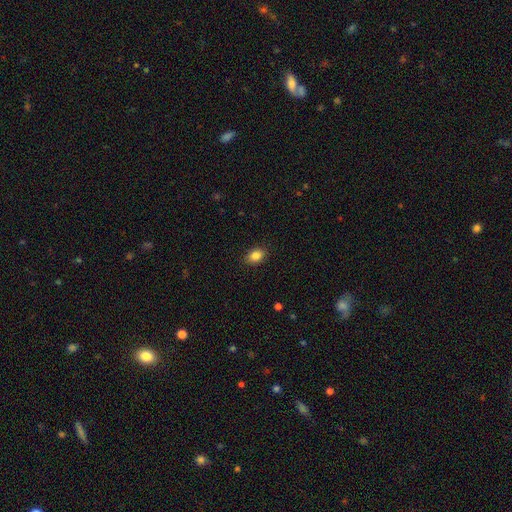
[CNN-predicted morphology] Smooth or featured?
  - smooth: 85% *
  - star or artifact: 9%
  - featured or disk: 5%
How rounded?
  - in between: 74% *
  - round: 25%
  - cigar-shaped: 1%
Merging?
  - none: 88% *
  - minor disturbance: 8%
  - major disturbance: 2%
  - merger: 1%